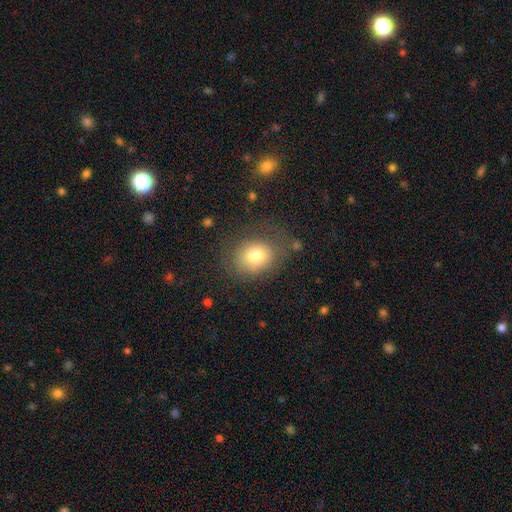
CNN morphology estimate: A smooth galaxy with no disk features (76%) that is round (58%). Merging: none (69%).